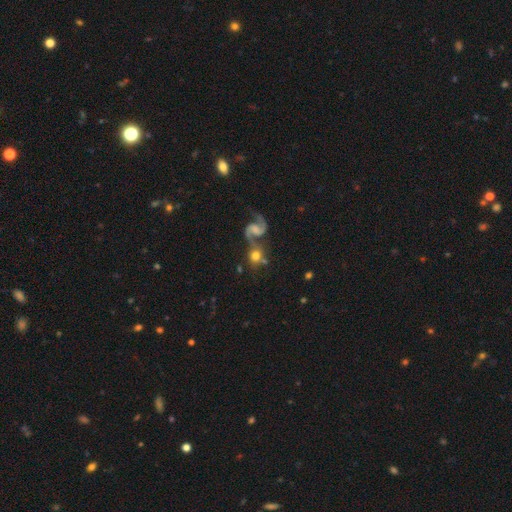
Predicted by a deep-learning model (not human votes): A featured or disk galaxy (48%).

Vote fractions:
- Smooth or featured? featured or disk: 48% / smooth: 42% / star or artifact: 11%
- Merging? none: 48% / merger: 35% / minor disturbance: 10% / major disturbance: 6%